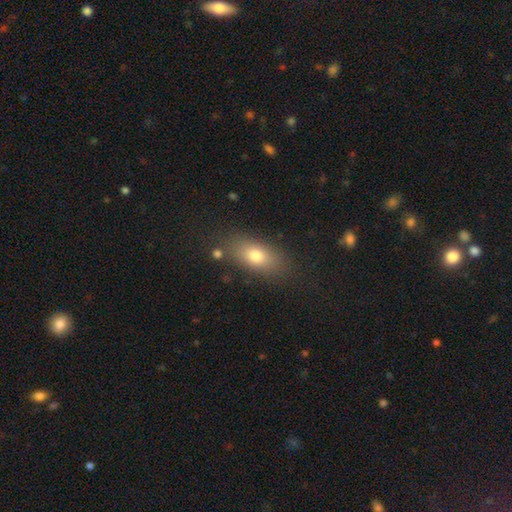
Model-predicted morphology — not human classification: type=smooth (76%); roundness=in between (81%); merging=none (79%).